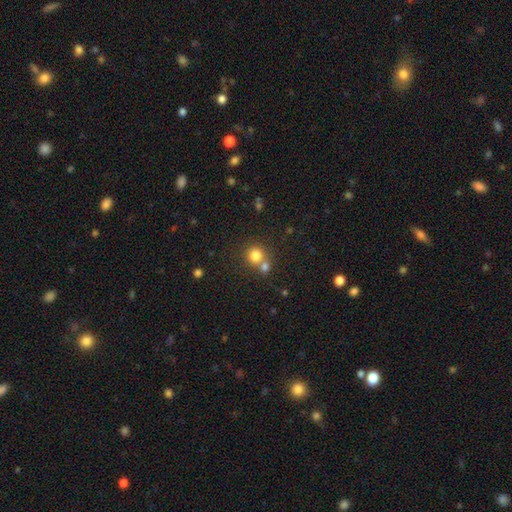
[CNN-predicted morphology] Overall: smooth (80%). How rounded: round (87%). Merging: none (52%; merger 38%).